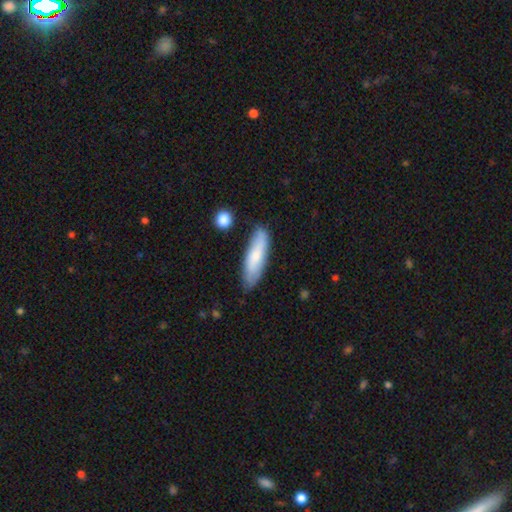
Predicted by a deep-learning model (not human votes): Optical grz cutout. It shows a smooth galaxy with no disk features (73%) that is cigar-shaped (60%). Merging: none (77%).